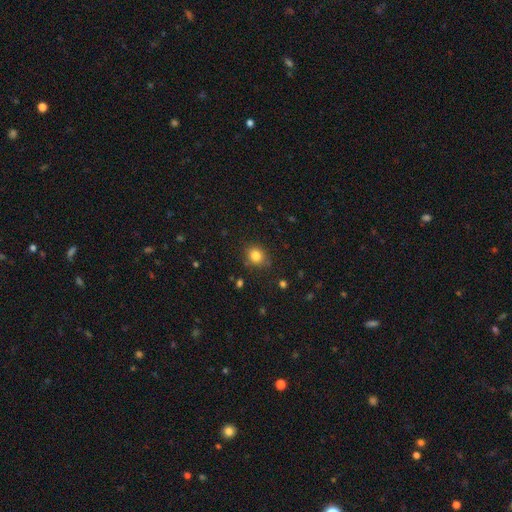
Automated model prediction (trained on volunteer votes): smooth_or_featured: smooth (p=0.83) [alt: star or artifact p=0.11]
how_rounded: round (p=0.69) [alt: in between p=0.30]
merging: none (p=0.81) [alt: minor disturbance p=0.13]